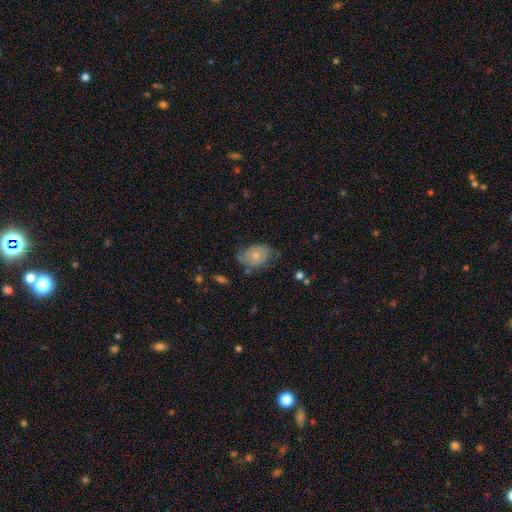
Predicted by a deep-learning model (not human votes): Q: Smooth or featured?
A: smooth (72%); runner-up: featured or disk (20%)
Q: How rounded?
A: in between (79%); runner-up: round (20%)
Q: Merging?
A: none (57%); runner-up: minor disturbance (31%)